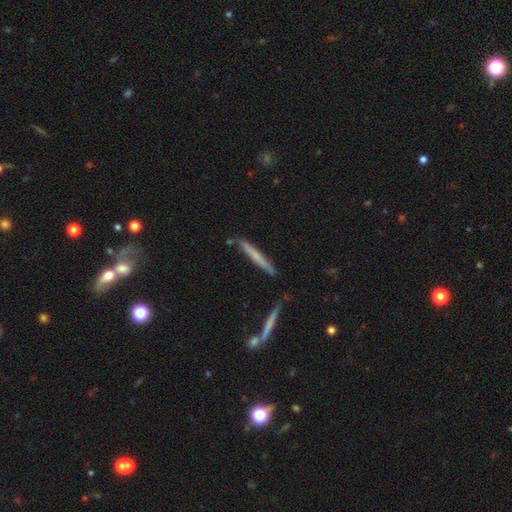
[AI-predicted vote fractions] Smooth or featured? smooth (59%)
How rounded? cigar-shaped (96%)
Merging? none (82%)